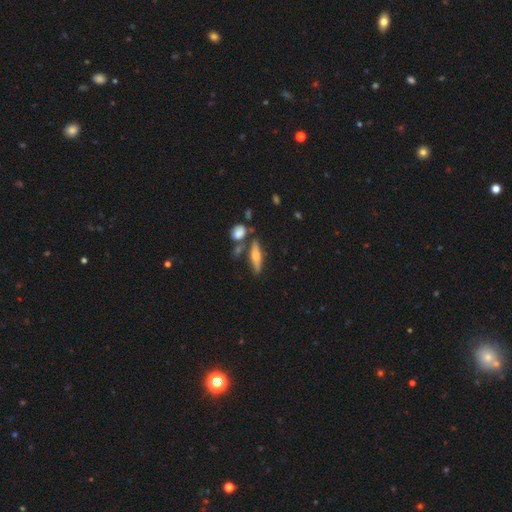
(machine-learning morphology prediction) A smooth galaxy with no disk features (46%, tied with featured or disk). Merging: none (72%).